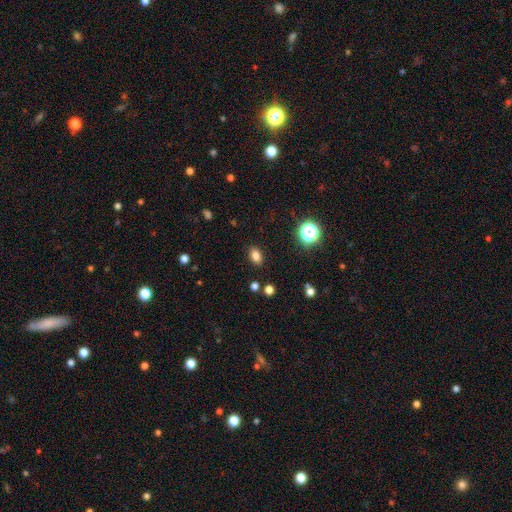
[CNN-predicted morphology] Smooth or featured: smooth — 80% (star or artifact — 14%)
How rounded: in between — 80% (round — 18%)
Merging: none — 88% (minor disturbance — 8%)